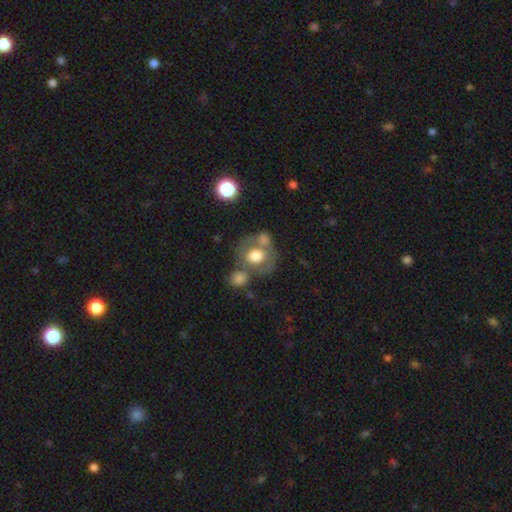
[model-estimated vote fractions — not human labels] A smooth galaxy with no disk features (59%) that is round (70%).

Vote fractions:
- Smooth or featured? smooth: 59% / featured or disk: 31% / star or artifact: 10%
- How rounded? round: 70% / in between: 29% / cigar-shaped: 1%
- Merging? none: 49% / merger: 28% / minor disturbance: 15% / major disturbance: 9%